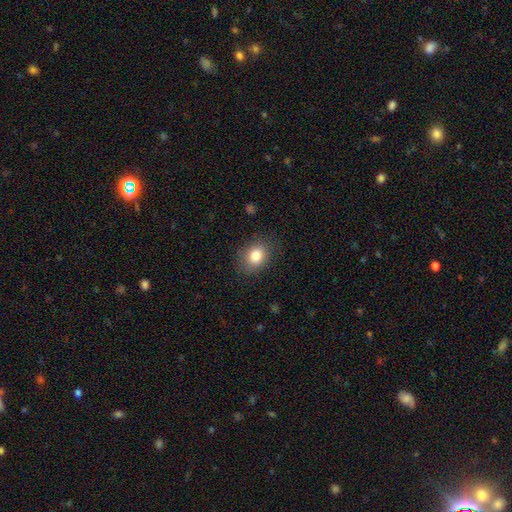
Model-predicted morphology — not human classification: smooth 82%, star or artifact 10%, featured or disk 8%. Down the decision tree: how rounded — in between (61%); merging — none (82%).